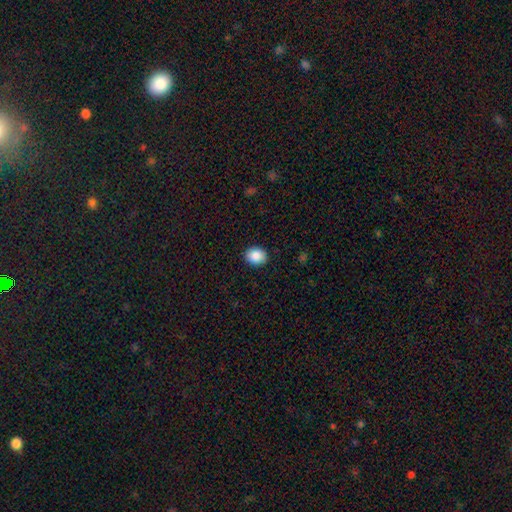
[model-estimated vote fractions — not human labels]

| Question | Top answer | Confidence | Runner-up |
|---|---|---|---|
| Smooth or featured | smooth | 88% | star or artifact (8%) |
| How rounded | round | 53% | in between (46%) |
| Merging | none | 90% | minor disturbance (7%) |